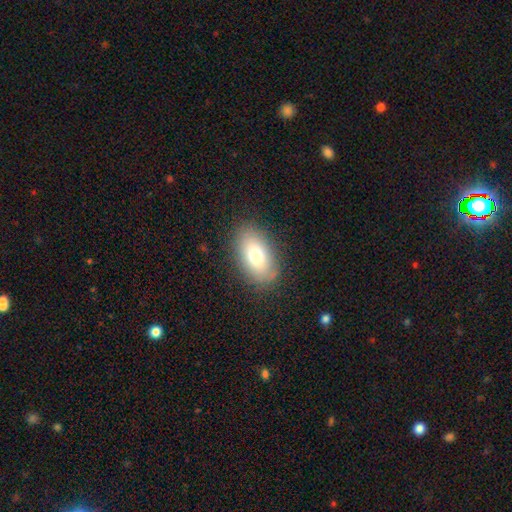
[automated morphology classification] Smooth or featured? Predicted: smooth (p=0.74). How rounded? Predicted: in between (p=0.90). Merging? Predicted: none (p=0.85).